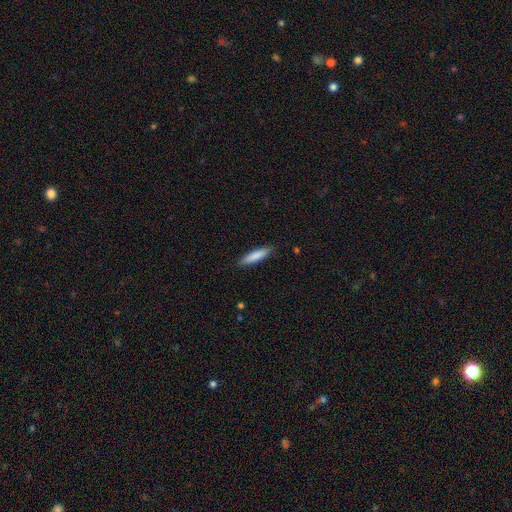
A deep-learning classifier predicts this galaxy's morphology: Smooth or featured: smooth — 83% (featured or disk — 11%)
How rounded: cigar-shaped — 82% (in between — 17%)
Merging: none — 88% (minor disturbance — 9%)